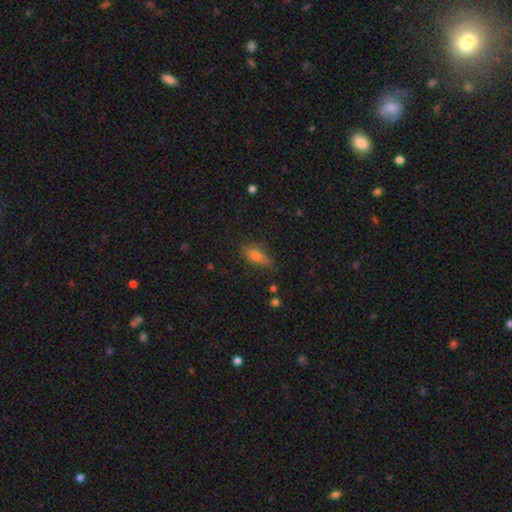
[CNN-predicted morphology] A smooth galaxy with no disk features (70%) that is in between round and cigar-shaped (66%). Merging: none (74%).